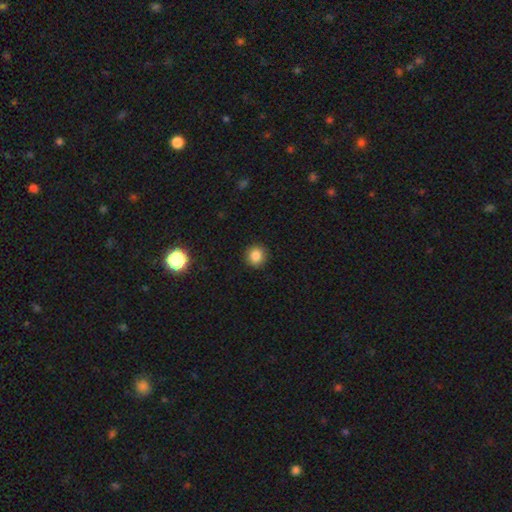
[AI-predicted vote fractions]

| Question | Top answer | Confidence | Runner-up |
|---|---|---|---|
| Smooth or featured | smooth | 84% | star or artifact (11%) |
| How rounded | round | 87% | in between (12%) |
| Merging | none | 90% | minor disturbance (7%) |